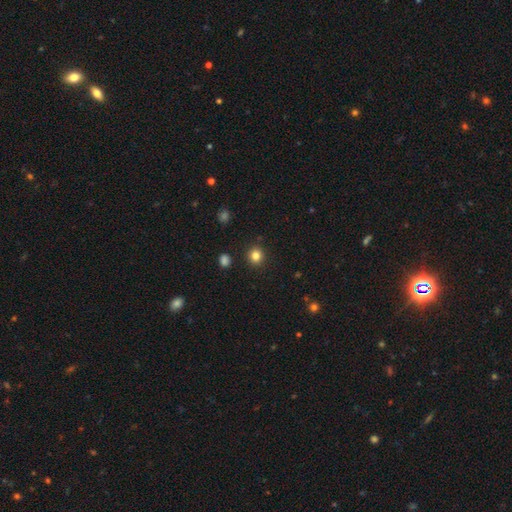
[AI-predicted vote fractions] This appears to be a smooth galaxy with no disk features (83%) that is round (87%). Merging: none (91%).